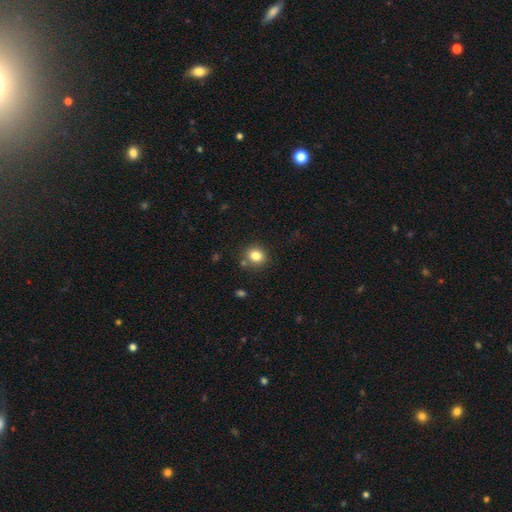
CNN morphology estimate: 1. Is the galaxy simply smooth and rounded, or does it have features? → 83% smooth, 11% star or artifact, 6% featured or disk.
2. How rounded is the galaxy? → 79% round, 20% in between, 1% cigar-shaped.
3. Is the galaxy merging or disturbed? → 82% none, 10% minor disturbance, 5% merger, 3% major disturbance.